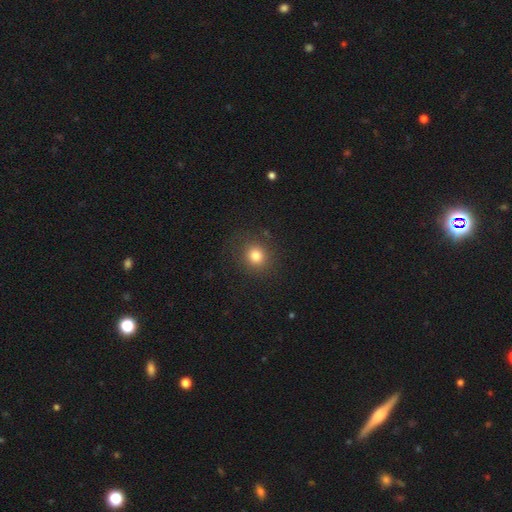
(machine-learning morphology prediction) smooth_or_featured: smooth (p=0.80) [alt: star or artifact p=0.13]
how_rounded: round (p=0.85) [alt: in between p=0.14]
merging: none (p=0.85) [alt: minor disturbance p=0.10]